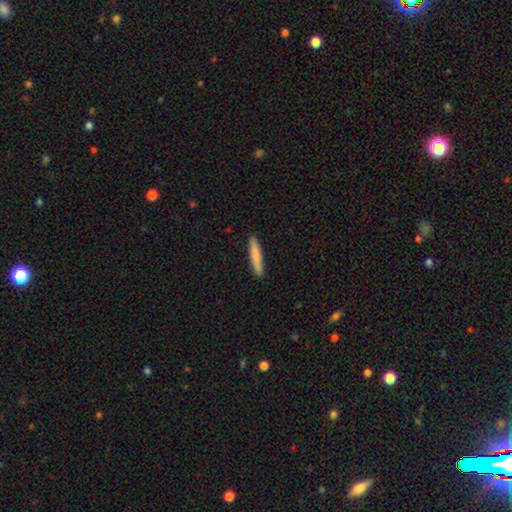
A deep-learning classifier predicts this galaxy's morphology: smooth_or_featured: smooth (p=0.80) [alt: featured or disk p=0.15]
how_rounded: cigar-shaped (p=0.93) [alt: in between p=0.06]
merging: none (p=0.92) [alt: minor disturbance p=0.06]